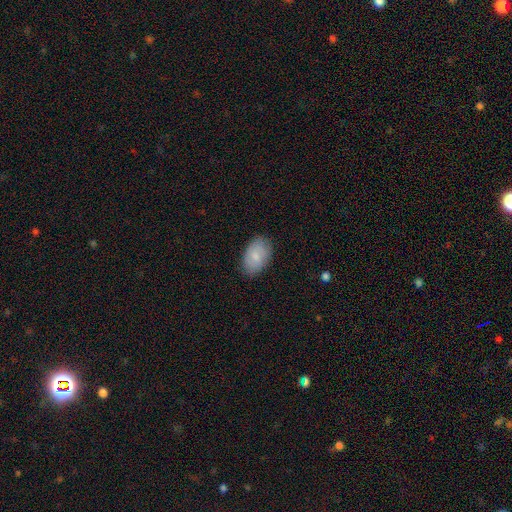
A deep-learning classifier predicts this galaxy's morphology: Smooth or featured?
  - smooth: 82% *
  - featured or disk: 12%
  - star or artifact: 6%
How rounded?
  - in between: 91% *
  - round: 7%
  - cigar-shaped: 1%
Merging?
  - none: 84% *
  - minor disturbance: 13%
  - major disturbance: 3%
  - merger: 1%